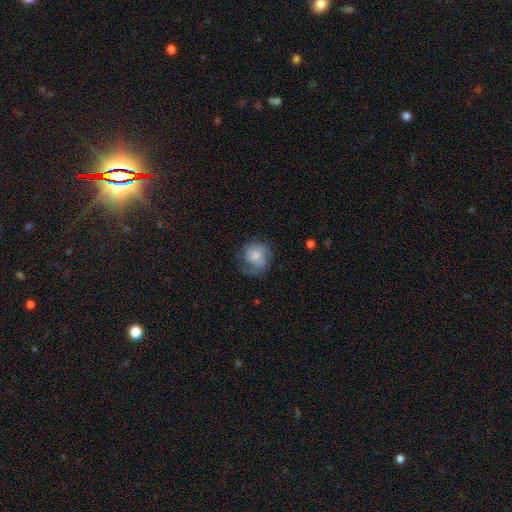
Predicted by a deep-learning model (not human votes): Q: Smooth or featured?
A: smooth (51%); runner-up: featured or disk (42%)
Q: How rounded?
A: round (81%); runner-up: in between (18%)
Q: Merging?
A: none (57%); runner-up: minor disturbance (24%)